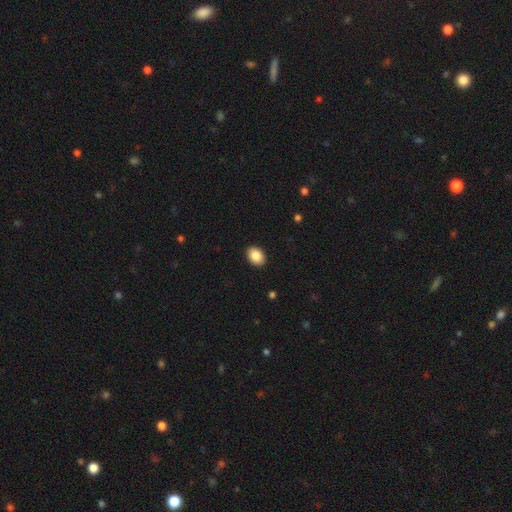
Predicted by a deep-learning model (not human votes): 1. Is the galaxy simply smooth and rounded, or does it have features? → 88% smooth, 7% star or artifact, 4% featured or disk.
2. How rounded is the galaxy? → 75% in between, 24% round, 1% cigar-shaped.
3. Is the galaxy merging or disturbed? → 91% none, 6% minor disturbance, 2% major disturbance, 1% merger.